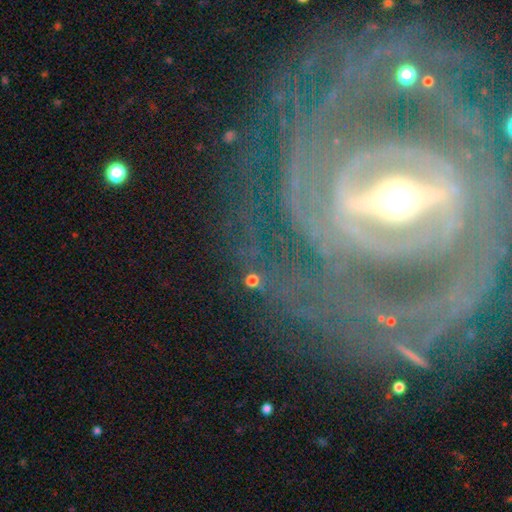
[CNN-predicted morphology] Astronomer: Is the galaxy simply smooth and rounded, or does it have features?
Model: featured or disk — 88%.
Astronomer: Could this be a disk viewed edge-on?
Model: no — 89%.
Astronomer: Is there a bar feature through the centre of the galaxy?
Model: strong — 75%.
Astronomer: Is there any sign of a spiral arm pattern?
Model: yes — 85%.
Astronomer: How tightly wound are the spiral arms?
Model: tight — 68%.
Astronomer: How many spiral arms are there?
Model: can't tell — 33% (runner-up: 2, 27%).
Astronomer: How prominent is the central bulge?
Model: moderate — 59%.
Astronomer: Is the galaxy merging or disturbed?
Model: none — 69%.